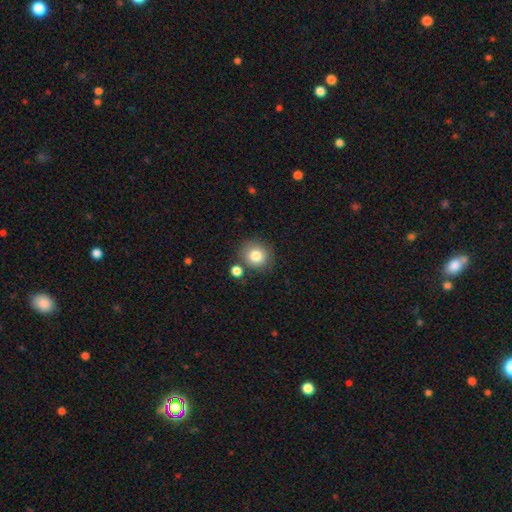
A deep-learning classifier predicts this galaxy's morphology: Smooth or featured? smooth (81%)
How rounded? round (85%)
Merging? none (77%)